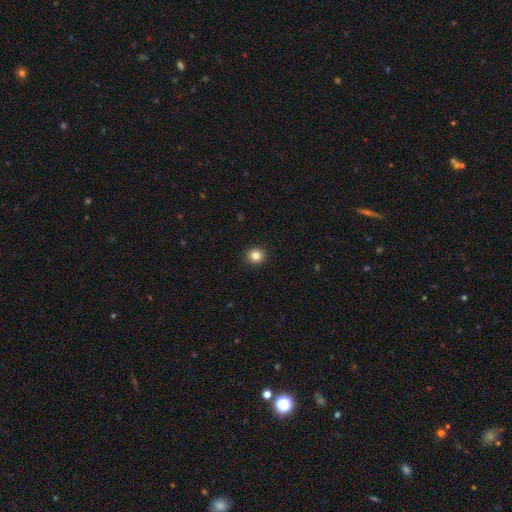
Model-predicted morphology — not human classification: smooth 84%, star or artifact 11%, featured or disk 5%. Down the decision tree: how rounded — round (89%); merging — none (93%).